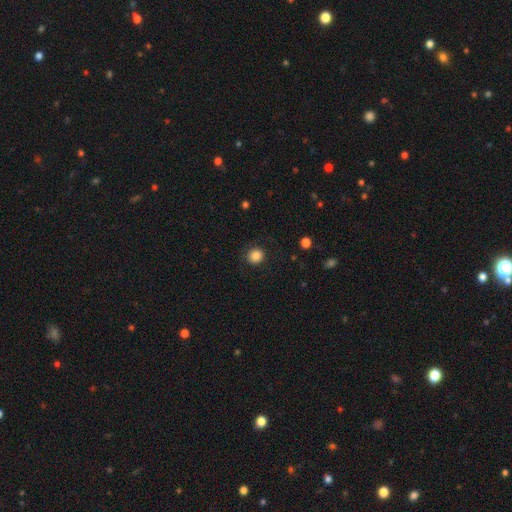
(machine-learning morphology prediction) smooth_or_featured: smooth (p=0.85) [alt: star or artifact p=0.10]
how_rounded: round (p=0.85) [alt: in between p=0.14]
merging: none (p=0.86) [alt: minor disturbance p=0.09]